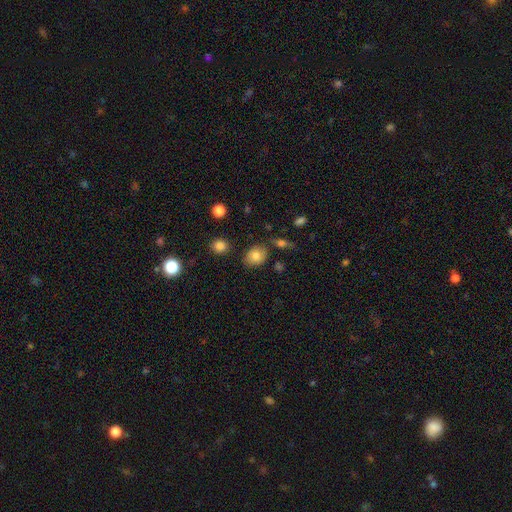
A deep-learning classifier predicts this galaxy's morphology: A smooth galaxy with no disk features (80%) that is in between round and cigar-shaped (52%).

Vote fractions:
- Smooth or featured? smooth: 80% / featured or disk: 11% / star or artifact: 9%
- How rounded? in between: 52% / round: 47% / cigar-shaped: 1%
- Merging? none: 80% / minor disturbance: 13% / merger: 4% / major disturbance: 3%